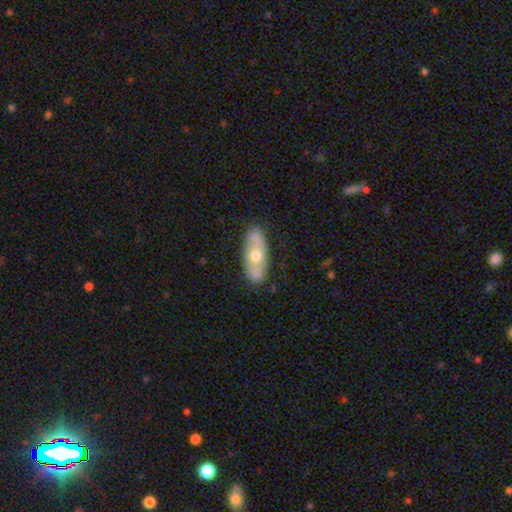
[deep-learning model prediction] Q: Smooth or featured?
A: featured or disk (52%); runner-up: smooth (42%)
Q: Edge-on disk?
A: no (76%); runner-up: yes (24%)
Q: Merging?
A: none (83%); runner-up: minor disturbance (13%)